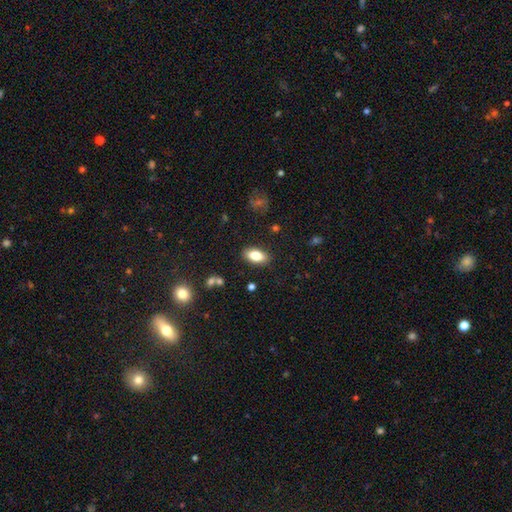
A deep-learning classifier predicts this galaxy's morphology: Smooth or featured?
  - smooth: 82% *
  - featured or disk: 10%
  - star or artifact: 8%
How rounded?
  - in between: 90% *
  - cigar-shaped: 6%
  - round: 4%
Merging?
  - none: 86% *
  - minor disturbance: 10%
  - major disturbance: 2%
  - merger: 2%